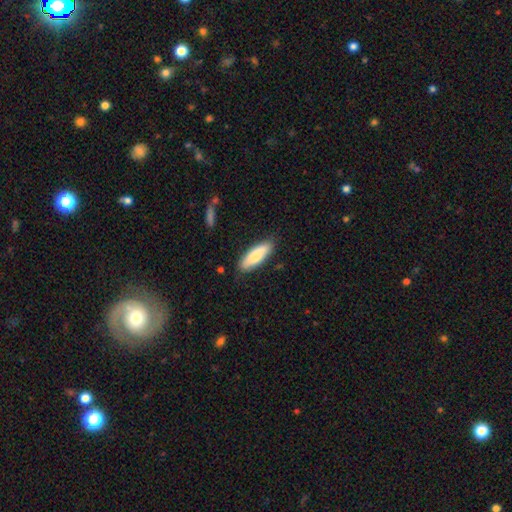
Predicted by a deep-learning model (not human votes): Q: Smooth or featured?
A: smooth (79%); runner-up: featured or disk (16%)
Q: How rounded?
A: in between (55%); runner-up: cigar-shaped (43%)
Q: Merging?
A: none (83%); runner-up: minor disturbance (13%)